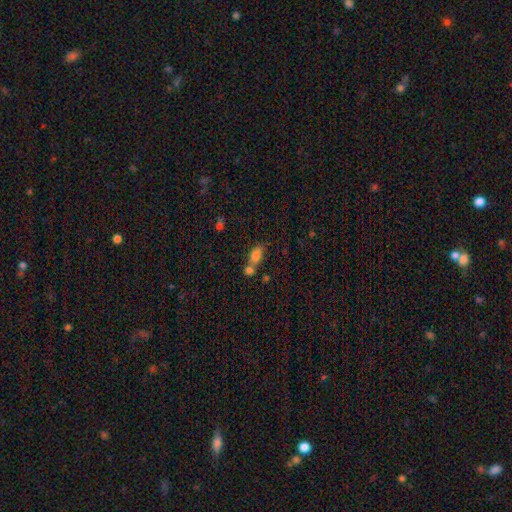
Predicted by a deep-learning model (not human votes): A smooth galaxy with no disk features (80%) that is in between round and cigar-shaped (81%).

Vote fractions:
- Smooth or featured? smooth: 80% / star or artifact: 11% / featured or disk: 9%
- How rounded? in between: 81% / round: 14% / cigar-shaped: 5%
- Merging? merger: 50% / none: 35% / minor disturbance: 10% / major disturbance: 5%